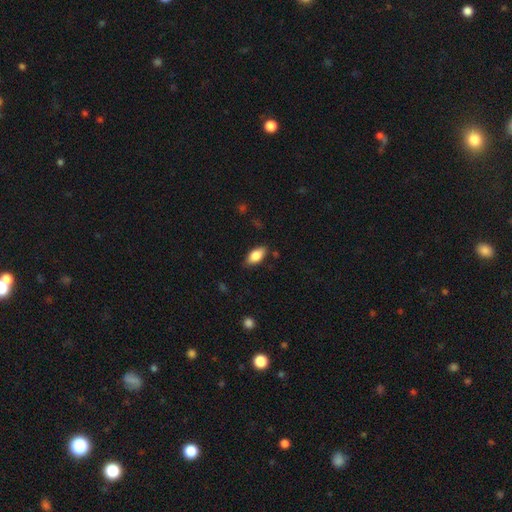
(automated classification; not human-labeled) This is clearly a smooth galaxy (82%). How rounded: clearly in between (90%). Merging: clearly none (82%).